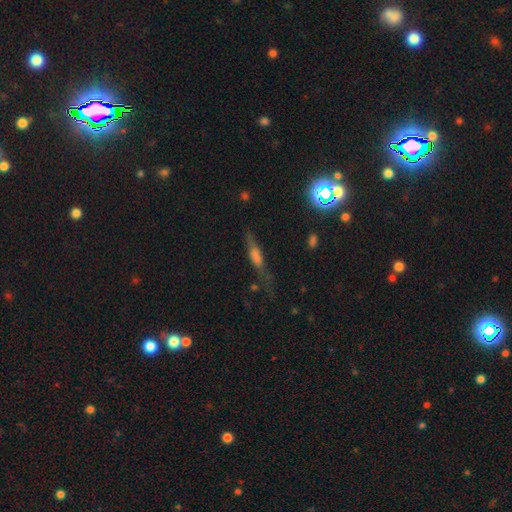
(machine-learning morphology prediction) type=featured or disk (43%); merging=none (59%).